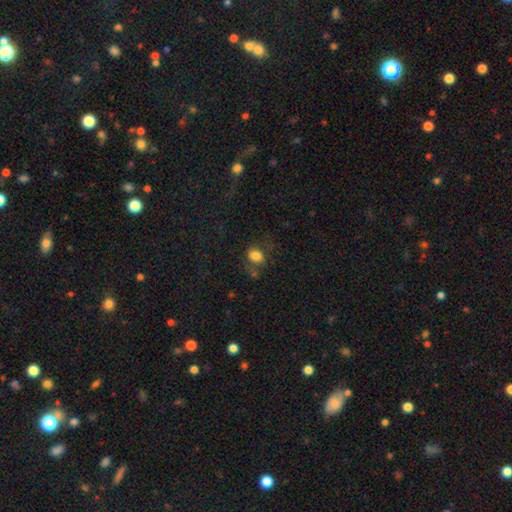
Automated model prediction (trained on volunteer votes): Overall: smooth (76%). How rounded: in between (67%; round 31%). Merging: none (54%; minor disturbance 23%).